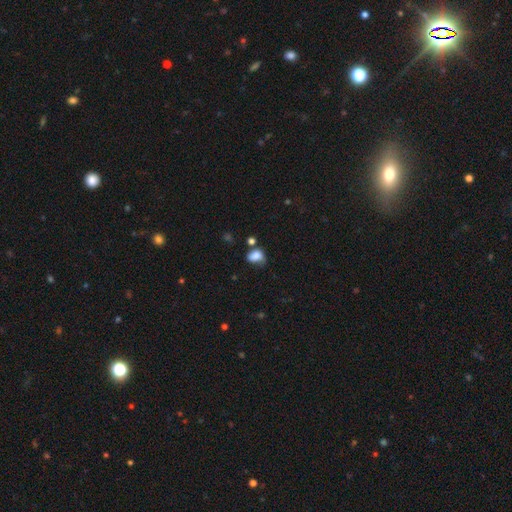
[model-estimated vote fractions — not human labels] Smooth or featured: smooth — 80% (star or artifact — 10%)
How rounded: in between — 67% (round — 32%)
Merging: none — 39% (minor disturbance — 34%)